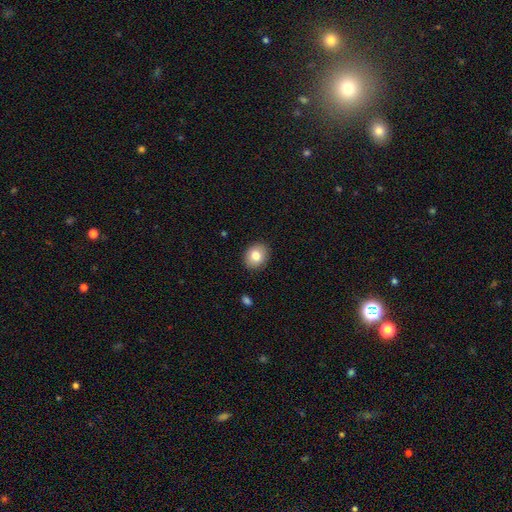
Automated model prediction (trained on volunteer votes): A smooth galaxy with no disk features (81%) that is round (51%).

Vote fractions:
- Smooth or featured? smooth: 81% / featured or disk: 11% / star or artifact: 9%
- How rounded? round: 51% / in between: 48% / cigar-shaped: 1%
- Merging? none: 89% / minor disturbance: 8% / major disturbance: 2% / merger: 1%